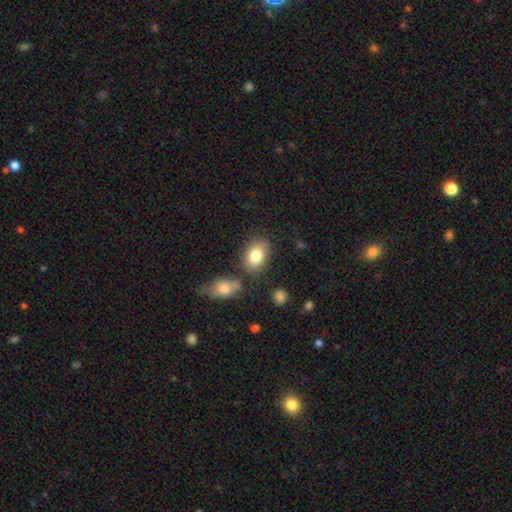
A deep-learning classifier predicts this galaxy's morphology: type=smooth (83%); roundness=in between (79%); merging=none (71%).